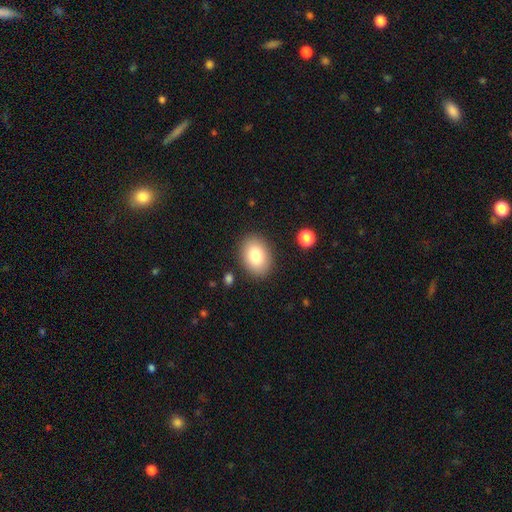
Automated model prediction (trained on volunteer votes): Smooth or featured? Predicted: smooth (p=0.83). How rounded? Predicted: in between (p=0.78). Merging? Predicted: none (p=0.87).